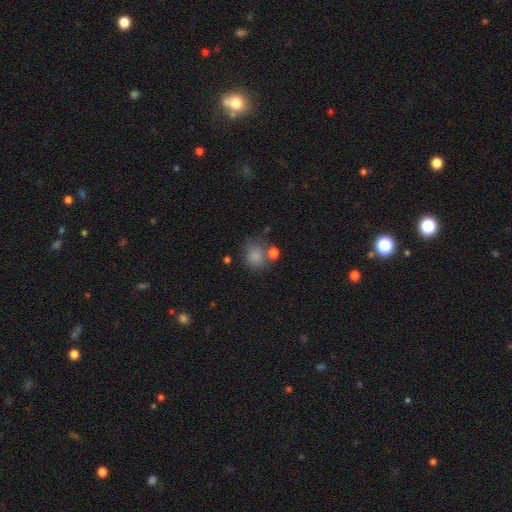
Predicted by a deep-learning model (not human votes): Q: Smooth or featured?
A: smooth (80%); runner-up: star or artifact (11%)
Q: How rounded?
A: round (71%); runner-up: in between (28%)
Q: Merging?
A: none (55%); runner-up: minor disturbance (19%)